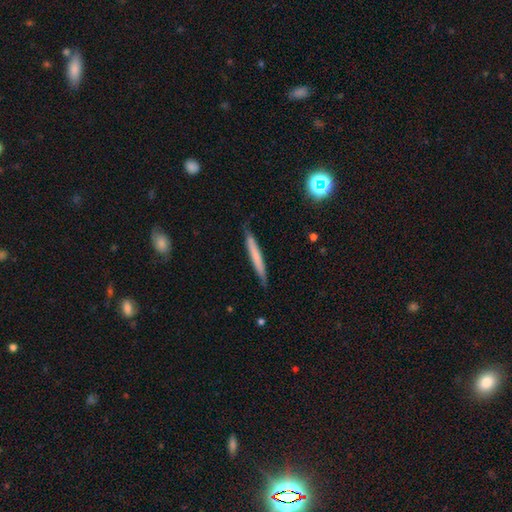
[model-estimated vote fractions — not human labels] This is possibly a smooth galaxy (59%). How rounded: clearly cigar-shaped (96%). Merging: clearly none (83%).